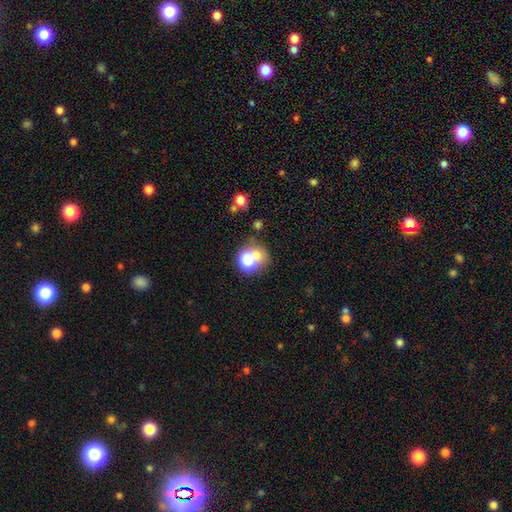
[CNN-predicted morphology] Smooth or featured?
  - smooth: 67% *
  - featured or disk: 19%
  - star or artifact: 14%
How rounded?
  - round: 69% *
  - in between: 30%
  - cigar-shaped: 1%
Merging?
  - merger: 50% *
  - none: 35%
  - minor disturbance: 9%
  - major disturbance: 6%